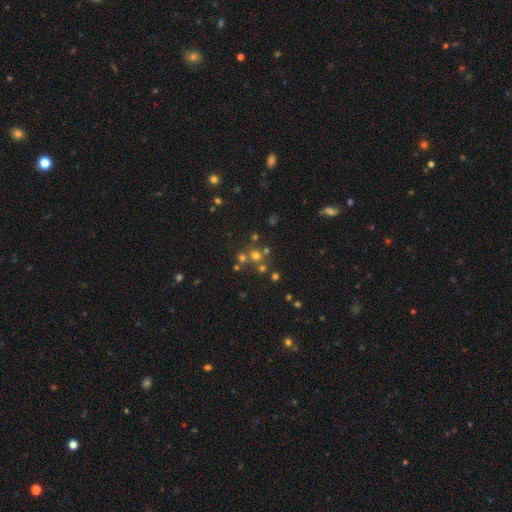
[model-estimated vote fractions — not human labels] This is possibly a smooth galaxy (52%). How rounded: clearly round (86%). Merging: possibly none (58%).